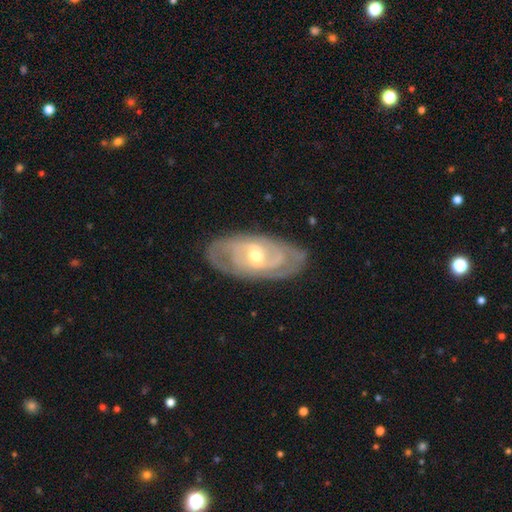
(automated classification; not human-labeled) Morphology: type=featured or disk (85%); edge-on=no (93%); bar=weak (43%, tied with no); spiral arms=yes (92%); winding=tight (61%); arm count=2 (44%); bulge=moderate (58%); merging=none (81%).